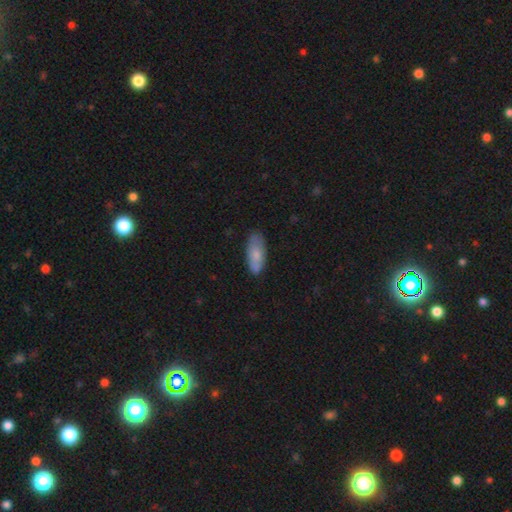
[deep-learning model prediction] Q: Smooth or featured?
A: smooth (78%); runner-up: featured or disk (16%)
Q: How rounded?
A: in between (81%); runner-up: cigar-shaped (17%)
Q: Merging?
A: none (78%); runner-up: minor disturbance (18%)